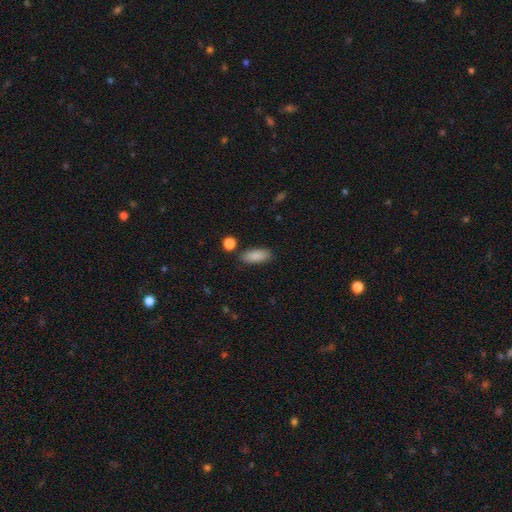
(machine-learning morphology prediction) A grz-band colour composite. It shows a smooth galaxy with no disk features (88%) that is in between round and cigar-shaped (80%). Merging: none (84%).